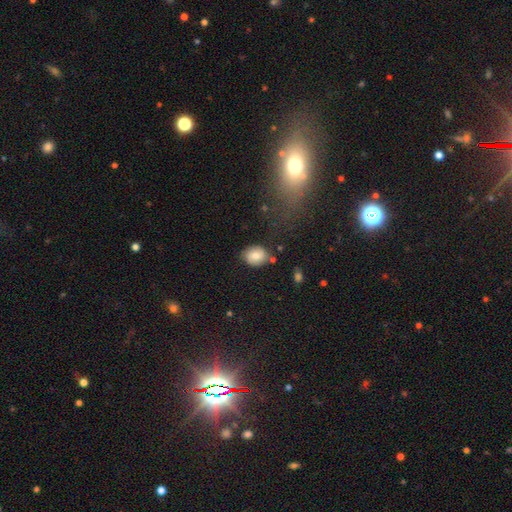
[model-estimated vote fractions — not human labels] This is likely a smooth galaxy (75%). How rounded: possibly round (51%). Merging: likely none (76%).